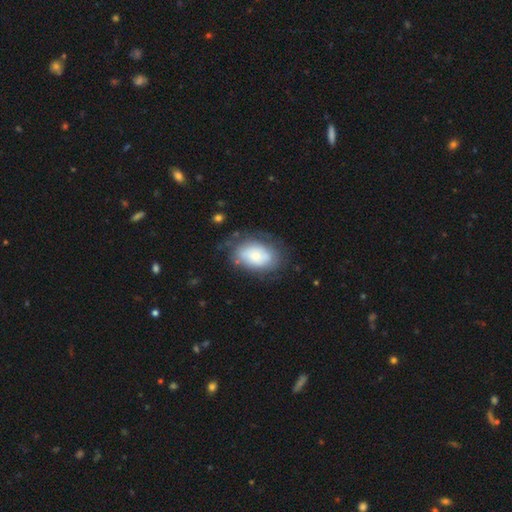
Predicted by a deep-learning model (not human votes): smooth-or-featured: smooth: 61% | featured or disk: 32% | star or artifact: 8%
  how-rounded: in between: 85% | round: 14% | cigar-shaped: 1%
  merging: none: 64% | minor disturbance: 22% | major disturbance: 11% | merger: 3%